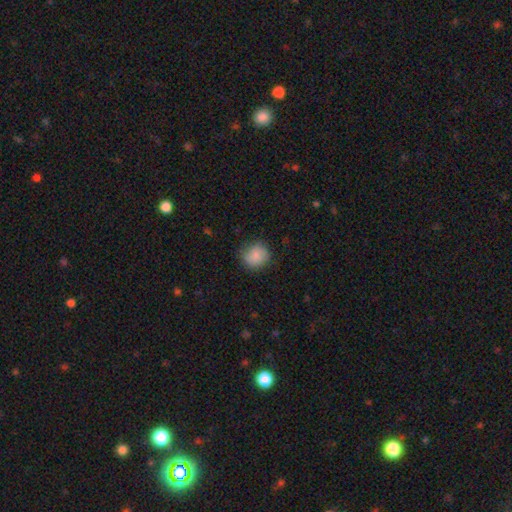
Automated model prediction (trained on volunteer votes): This appears to be a smooth galaxy with no disk features (85%) that is round (84%). Merging: none (78%).